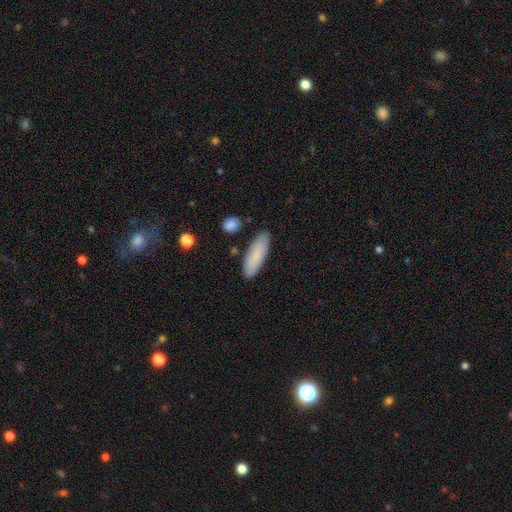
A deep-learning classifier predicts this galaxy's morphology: A smooth galaxy with no disk features (85%) that is in between round and cigar-shaped (56%). Merging: none (83%).